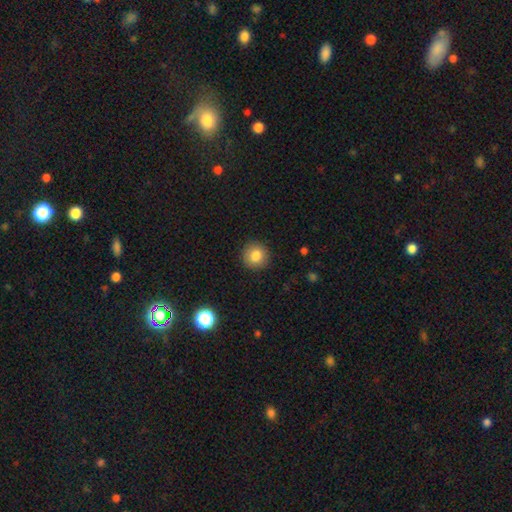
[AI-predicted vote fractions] Smooth or featured? Predicted: smooth (p=0.82). How rounded? Predicted: round (p=0.94). Merging? Predicted: none (p=0.91).